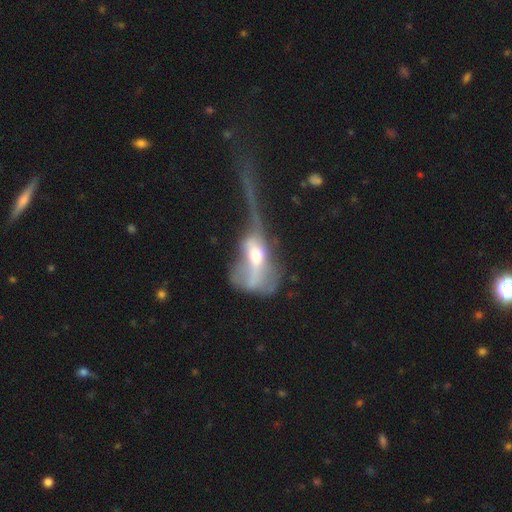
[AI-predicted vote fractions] Smooth or featured? featured or disk (53%)
Edge-on disk? no (83%)
Merging? major disturbance (66%)